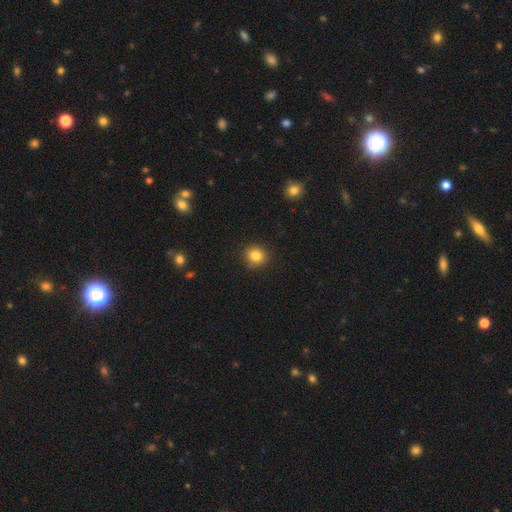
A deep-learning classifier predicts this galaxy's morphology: A smooth galaxy with no disk features (84%) that is round (86%). Merging: none (88%).